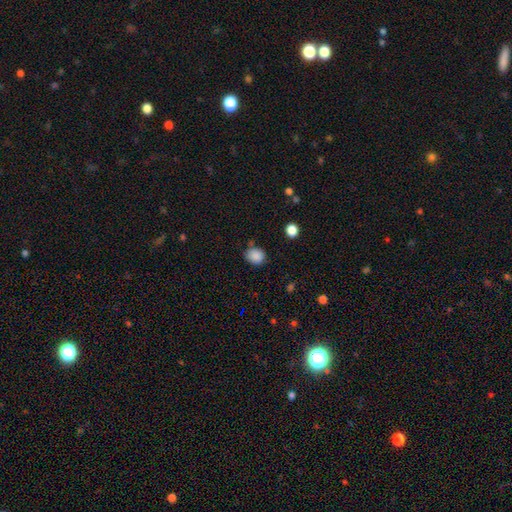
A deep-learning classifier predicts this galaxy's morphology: Smooth or featured? smooth (87%)
How rounded? round (66%)
Merging? none (76%)